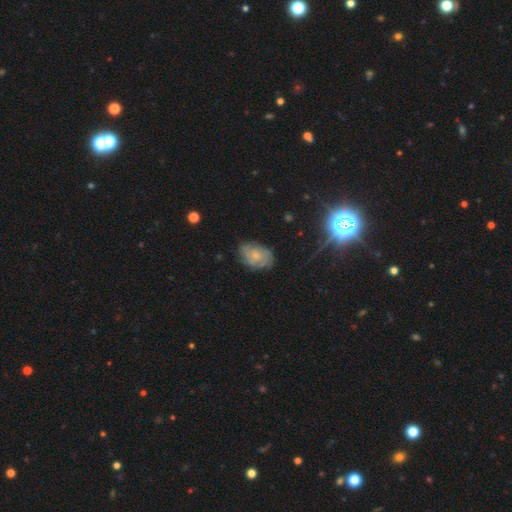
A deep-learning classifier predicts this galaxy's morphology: Q: Smooth or featured?
A: featured or disk (60%); runner-up: smooth (30%)
Q: Edge-on disk?
A: no (96%); runner-up: yes (4%)
Q: Bar?
A: no (78%); runner-up: weak (19%)
Q: Spiral arms?
A: yes (83%); runner-up: no (17%)
Q: Bulge size?
A: small (65%); runner-up: moderate (24%)
Q: Merging?
A: none (69%); runner-up: minor disturbance (22%)